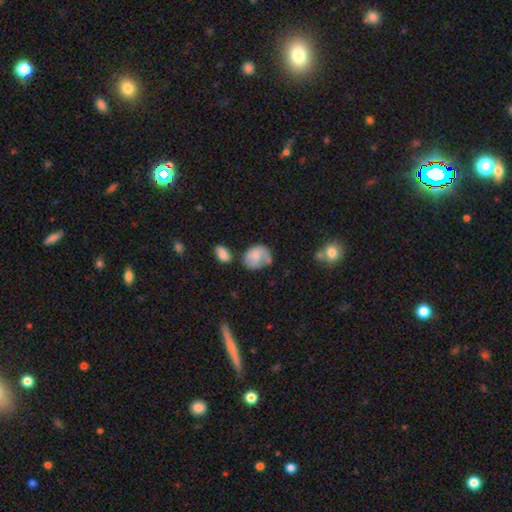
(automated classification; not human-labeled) Overall: smooth (67%). How rounded: in between (56%; round 43%). Merging: none (38%; minor disturbance 34%).